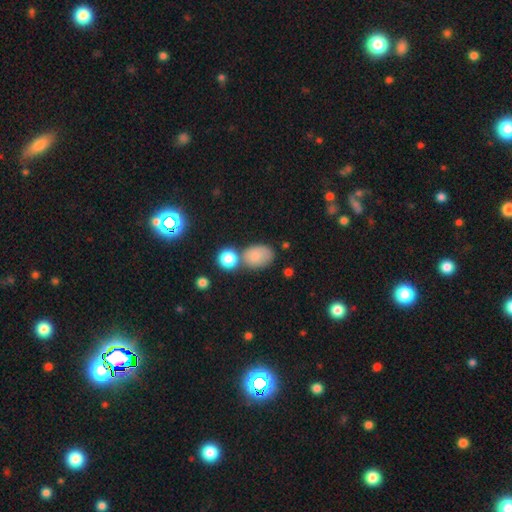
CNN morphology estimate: smooth 79%, star or artifact 11%, featured or disk 10%. Down the decision tree: how rounded — in between (77%); merging — none (53%).